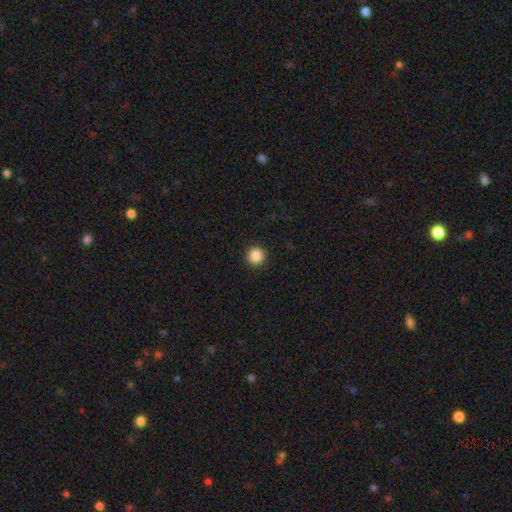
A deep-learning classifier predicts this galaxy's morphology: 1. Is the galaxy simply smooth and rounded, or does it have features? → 87% smooth, 10% star or artifact, 3% featured or disk.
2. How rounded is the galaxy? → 96% round, 3% in between, 1% cigar-shaped.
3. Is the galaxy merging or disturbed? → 93% none, 4% minor disturbance, 2% major disturbance, 1% merger.